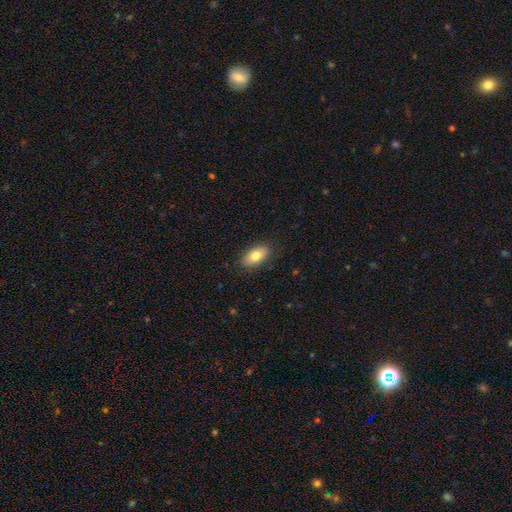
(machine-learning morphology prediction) smooth_or_featured: smooth (p=0.79) [alt: featured or disk p=0.14]
how_rounded: in between (p=0.91) [alt: cigar-shaped p=0.05]
merging: none (p=0.86) [alt: minor disturbance p=0.10]